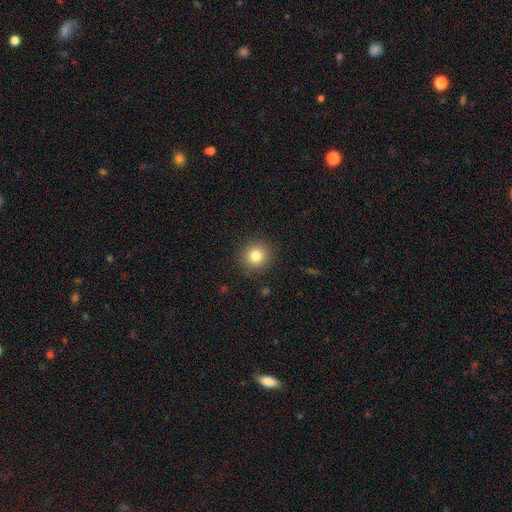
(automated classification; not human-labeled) Smooth or featured? smooth (82%)
How rounded? round (90%)
Merging? none (90%)